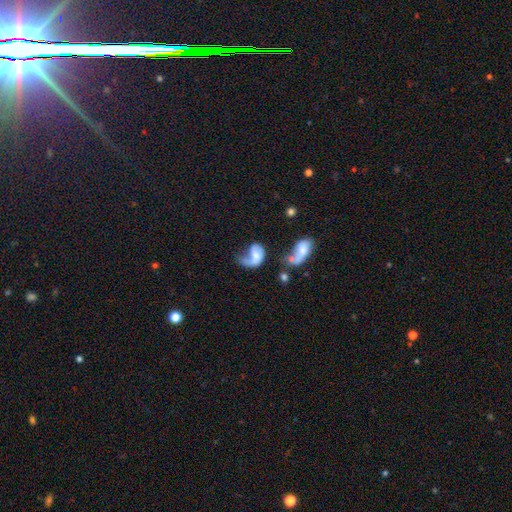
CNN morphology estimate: featured or disk 53%, smooth 39%, star or artifact 8%. Down the decision tree: edge-on disk — no (97%); bar — no (69%); spiral arms — yes (72%); bulge size — small (32%, tied with moderate); merging — major disturbance (39%).